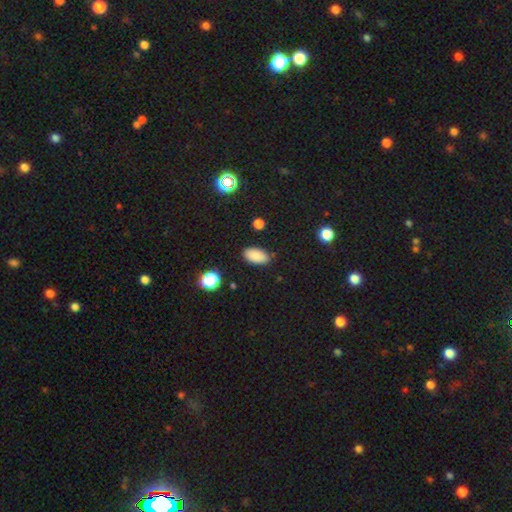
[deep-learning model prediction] This is clearly a smooth galaxy (87%). How rounded: clearly in between (93%). Merging: clearly none (86%).